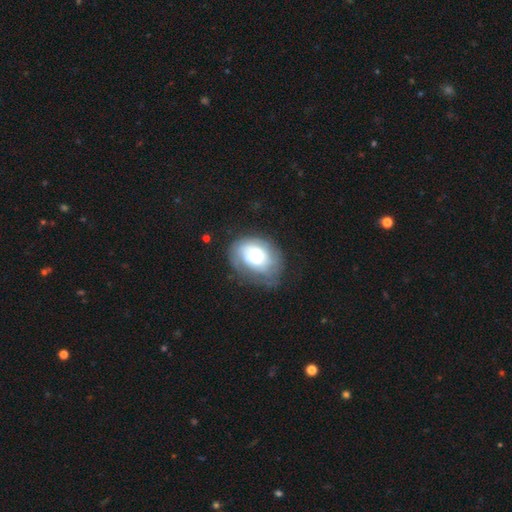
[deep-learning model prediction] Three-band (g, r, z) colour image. It shows a smooth galaxy with no disk features (49%). Merging: none (55%).